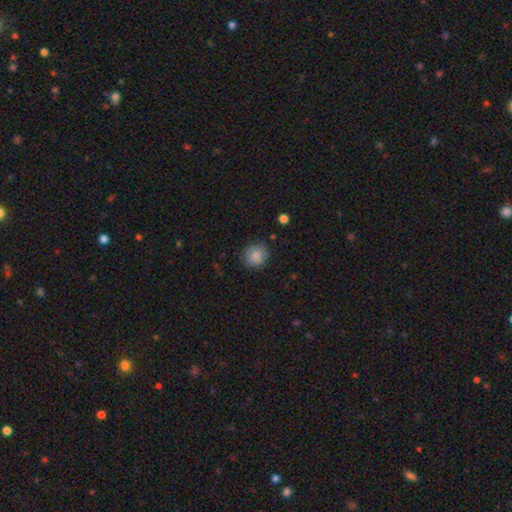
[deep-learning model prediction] smooth-or-featured: smooth: 87% | star or artifact: 9% | featured or disk: 5%
  how-rounded: round: 90% | in between: 9% | cigar-shaped: 1%
  merging: none: 84% | minor disturbance: 11% | major disturbance: 3% | merger: 1%